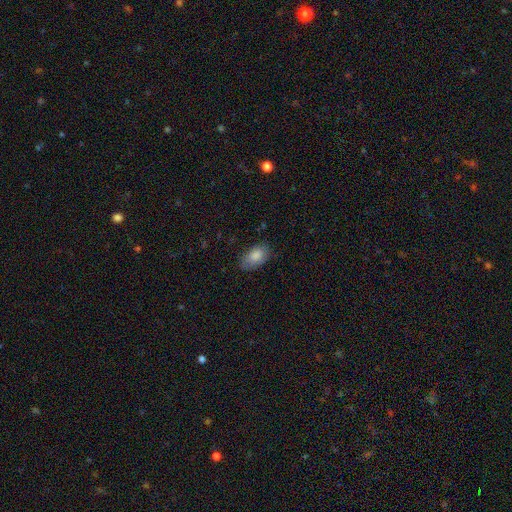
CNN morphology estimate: The model was most divided on "merging": none: 74%, minor disturbance: 21%, major disturbance: 4%, merger: 1%. More confident: how rounded — in between (93%); smooth or featured — smooth (85%).